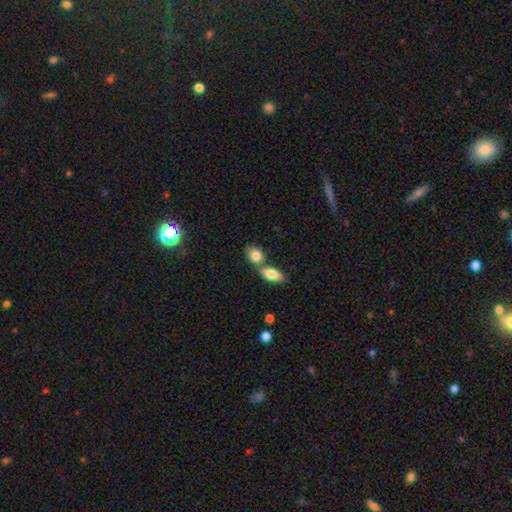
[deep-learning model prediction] A smooth galaxy with no disk features (82%) that is in between round and cigar-shaped (61%). Merging: merger (51%).